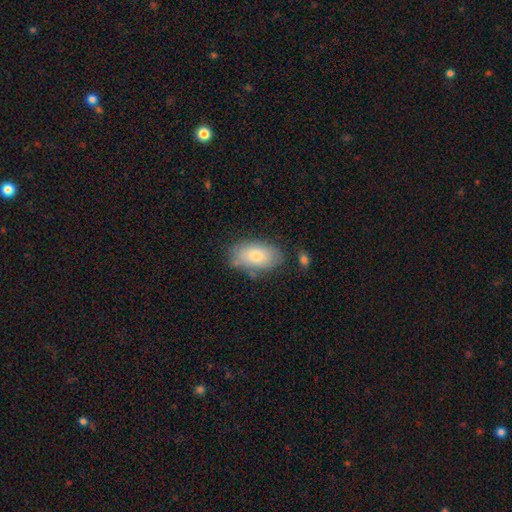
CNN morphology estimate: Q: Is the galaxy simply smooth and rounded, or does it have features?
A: smooth — 78%.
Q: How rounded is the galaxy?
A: in between — 93%.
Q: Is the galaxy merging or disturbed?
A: none — 73%.